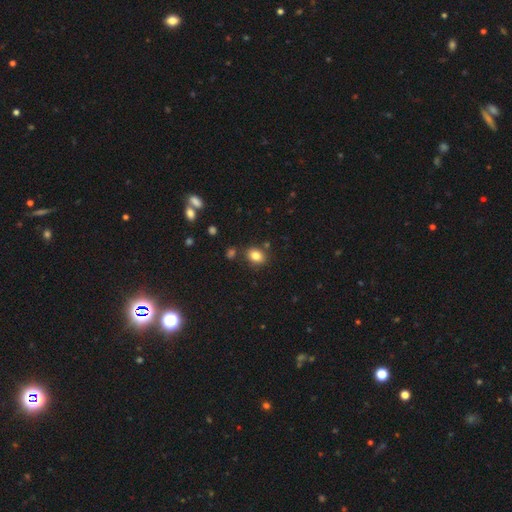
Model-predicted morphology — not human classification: Q: Smooth or featured?
A: smooth (83%); runner-up: star or artifact (10%)
Q: How rounded?
A: in between (62%); runner-up: round (37%)
Q: Merging?
A: none (79%); runner-up: minor disturbance (11%)